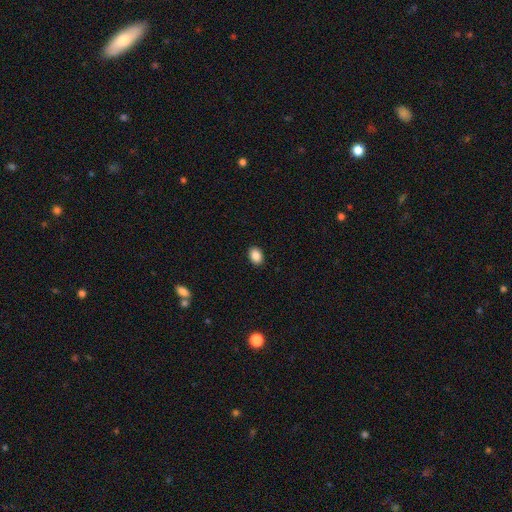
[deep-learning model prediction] A smooth galaxy with no disk features (88%) that is in between round and cigar-shaped (71%). Merging: none (91%).